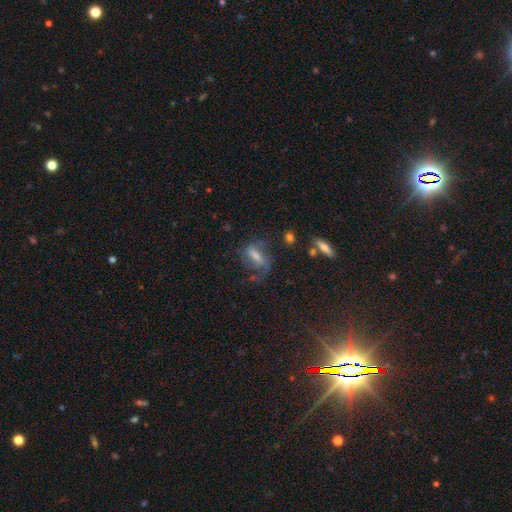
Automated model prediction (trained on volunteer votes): A featured or disk galaxy (51%). Merging: none (47%).